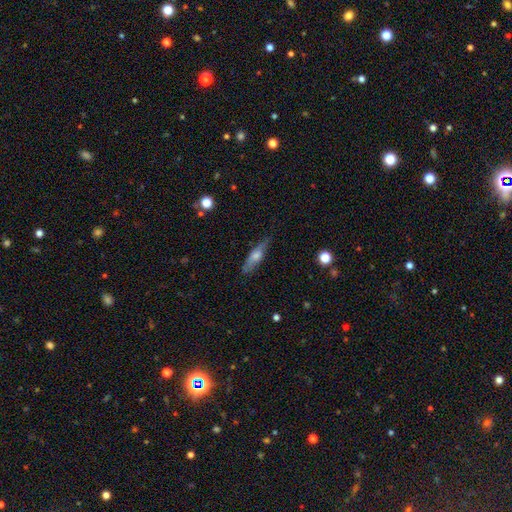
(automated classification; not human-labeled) The model was most divided on "smooth or featured": smooth: 53%, featured or disk: 40%, star or artifact: 7%. More confident: merging — none (80%); how rounded — cigar-shaped (70%).